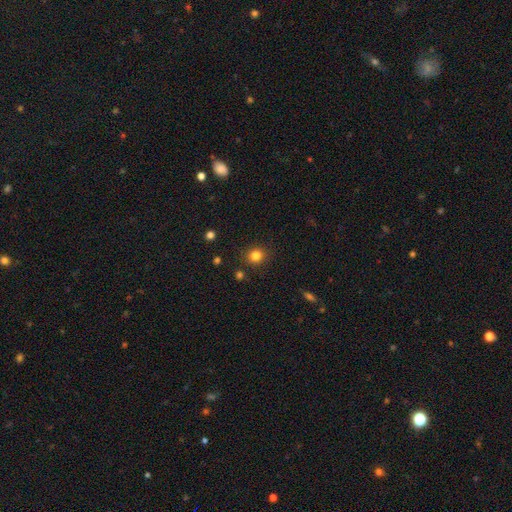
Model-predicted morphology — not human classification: smooth_or_featured: smooth (p=0.82) [alt: star or artifact p=0.13]
how_rounded: round (p=0.84) [alt: in between p=0.15]
merging: none (p=0.89) [alt: minor disturbance p=0.07]